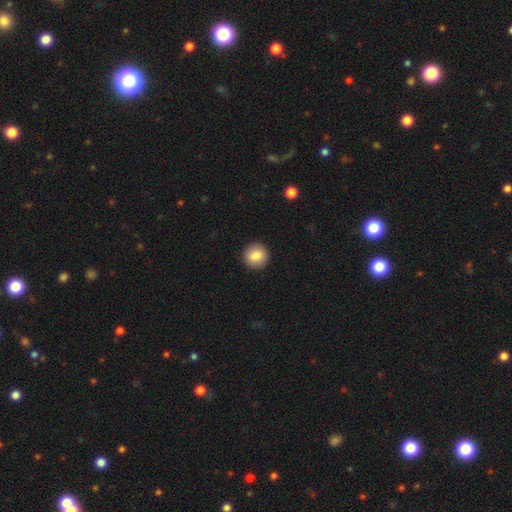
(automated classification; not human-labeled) This appears to be a smooth galaxy with no disk features (86%) that is round (94%). Merging: none (92%).